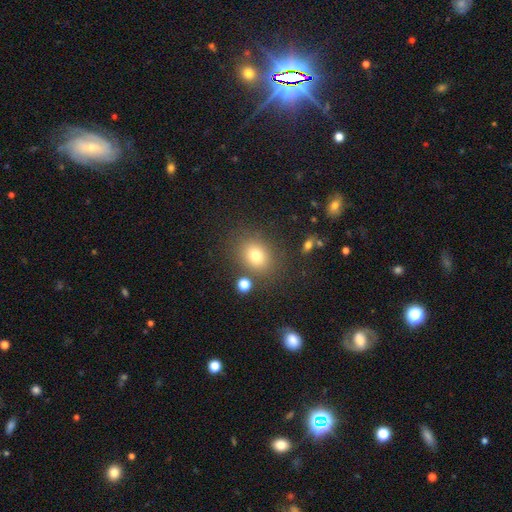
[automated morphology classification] smooth_or_featured: smooth (p=0.76) [alt: star or artifact p=0.14]
how_rounded: round (p=0.53) [alt: in between p=0.46]
merging: none (p=0.80) [alt: minor disturbance p=0.10]